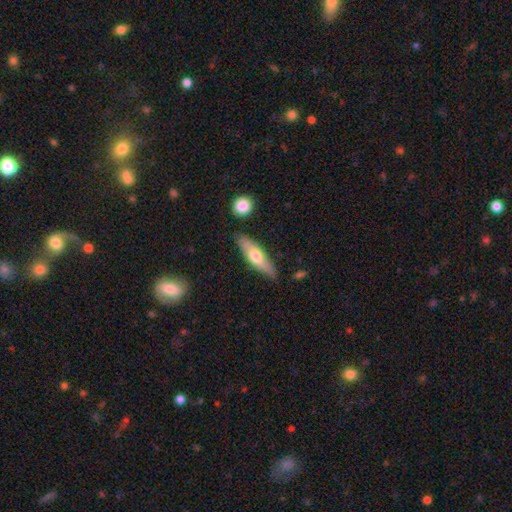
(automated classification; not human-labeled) Overall: smooth (54%; featured or disk 41%). How rounded: cigar-shaped (63%; in between 35%). Merging: none (80%).